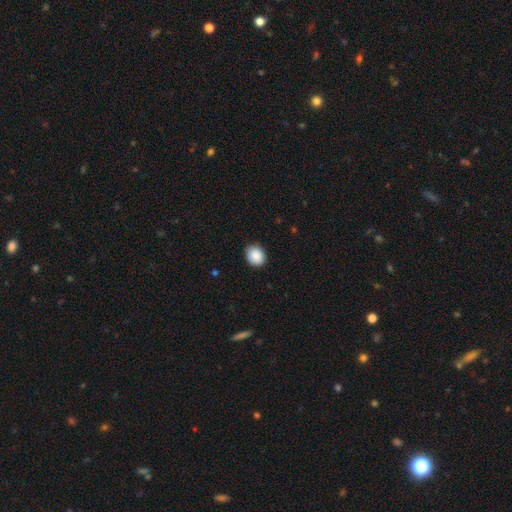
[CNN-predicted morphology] Smooth or featured?
  - smooth: 89% *
  - star or artifact: 8%
  - featured or disk: 3%
How rounded?
  - round: 60% *
  - in between: 39%
  - cigar-shaped: 1%
Merging?
  - none: 88% *
  - minor disturbance: 9%
  - major disturbance: 2%
  - merger: 1%